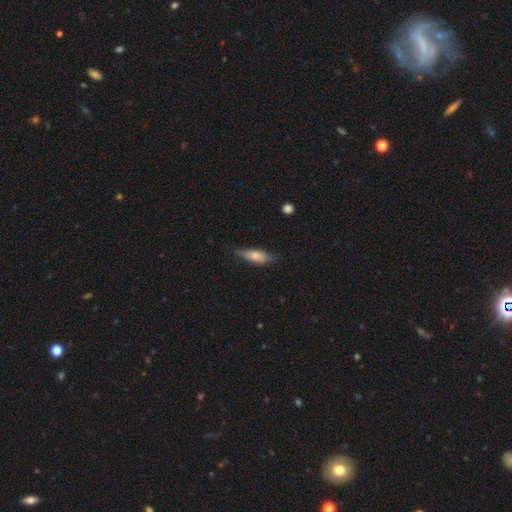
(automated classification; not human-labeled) Smooth or featured: smooth — 68% (featured or disk — 25%)
How rounded: in between — 54% (cigar-shaped — 44%)
Merging: none — 67% (minor disturbance — 25%)